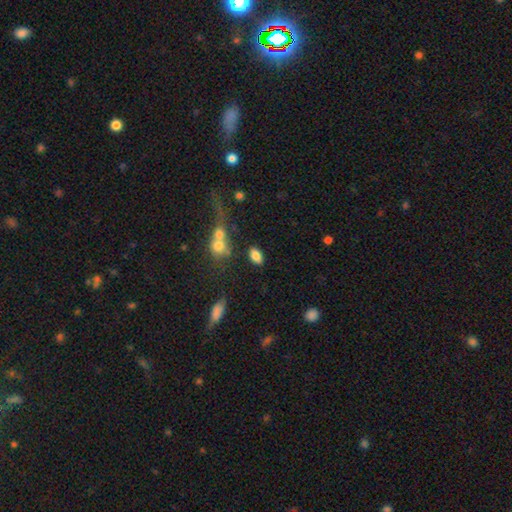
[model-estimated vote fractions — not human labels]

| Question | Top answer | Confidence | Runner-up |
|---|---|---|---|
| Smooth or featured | smooth | 83% | star or artifact (9%) |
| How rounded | in between | 90% | round (7%) |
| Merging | none | 77% | minor disturbance (11%) |